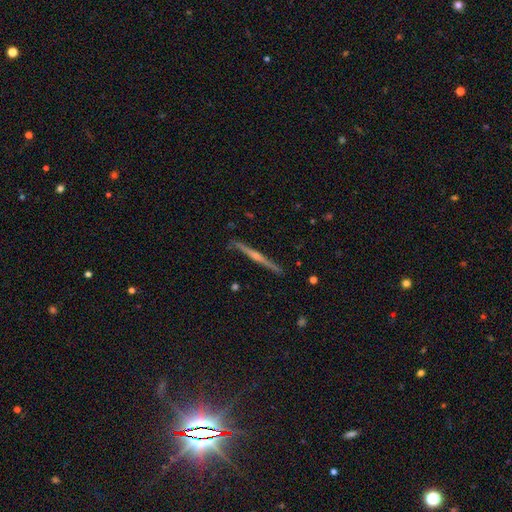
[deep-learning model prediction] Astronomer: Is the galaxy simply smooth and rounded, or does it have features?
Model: featured or disk — 79%.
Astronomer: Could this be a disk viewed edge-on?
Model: yes — 98%.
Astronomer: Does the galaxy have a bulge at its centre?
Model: rounded — 74%.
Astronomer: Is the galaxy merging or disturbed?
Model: none — 89%.